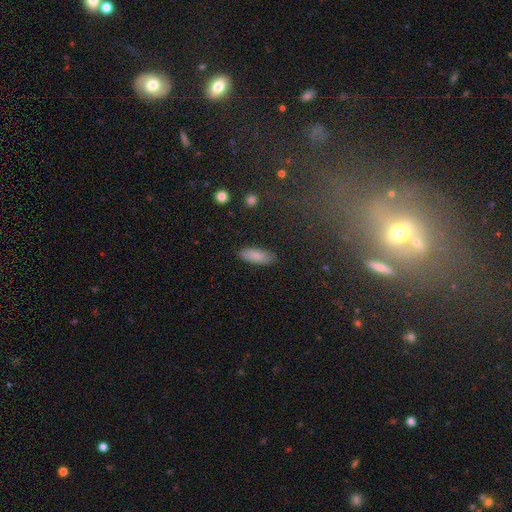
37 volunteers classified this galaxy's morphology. This is clearly a smooth galaxy (95%). How rounded: clearly in between (80%). Merging: clearly none (89%).